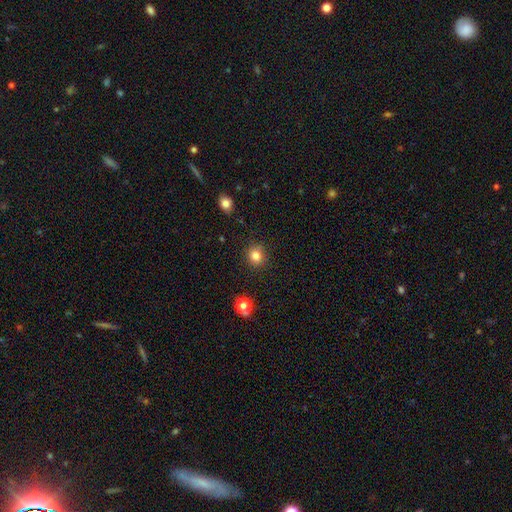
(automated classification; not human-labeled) The model was most divided on "how rounded": round: 85%, in between: 14%, cigar-shaped: 1%. More confident: merging — none (88%); smooth or featured — smooth (83%).